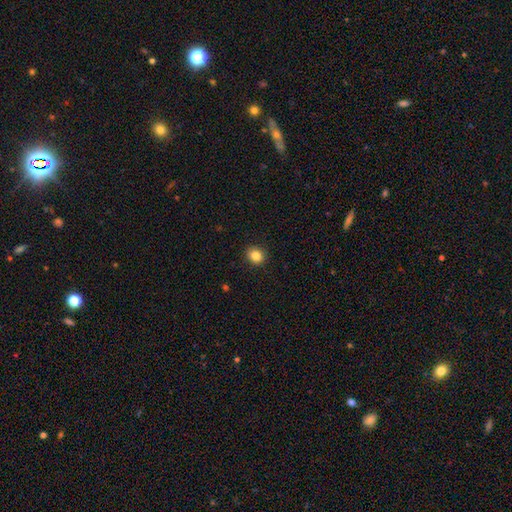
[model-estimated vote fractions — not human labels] The model was most divided on "how rounded": round: 74%, in between: 25%, cigar-shaped: 1%. More confident: merging — none (90%); smooth or featured — smooth (84%).